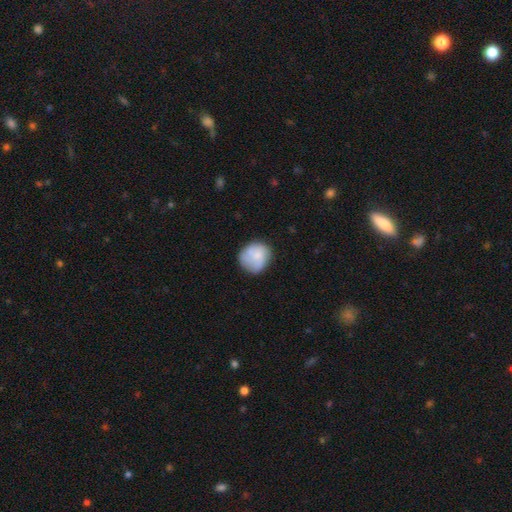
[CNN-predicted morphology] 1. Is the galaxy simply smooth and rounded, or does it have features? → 73% smooth, 20% featured or disk, 7% star or artifact.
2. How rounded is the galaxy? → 82% round, 17% in between, 1% cigar-shaped.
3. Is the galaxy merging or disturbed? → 64% none, 25% minor disturbance, 8% major disturbance, 3% merger.